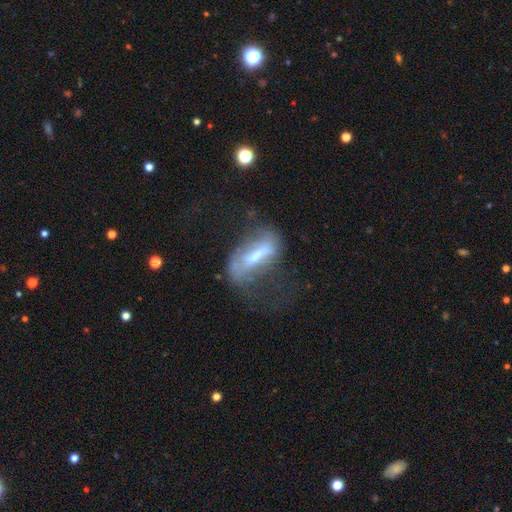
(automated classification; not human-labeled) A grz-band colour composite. It shows a featured or disk galaxy (55%). Merging: major disturbance (42%).